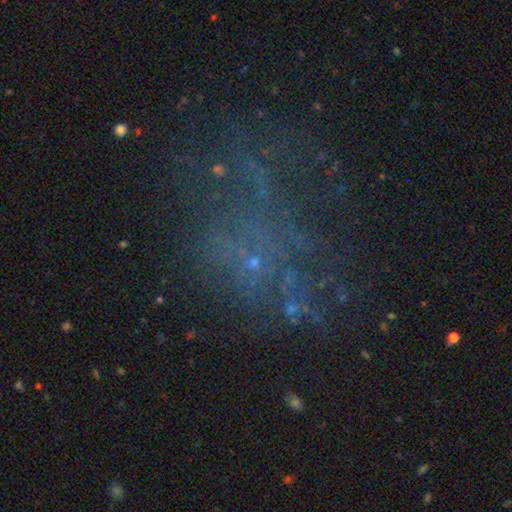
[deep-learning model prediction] Smooth or featured: star or artifact — 41% (featured or disk — 36%)